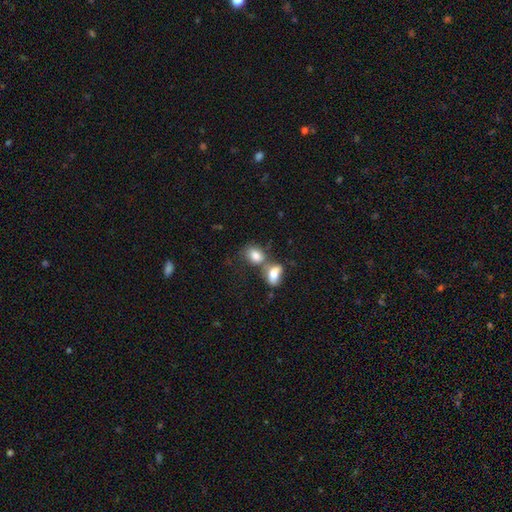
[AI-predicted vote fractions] Smooth or featured? Predicted: smooth (p=0.81). How rounded? Predicted: in between (p=0.78). Merging? Predicted: merger (p=0.49).